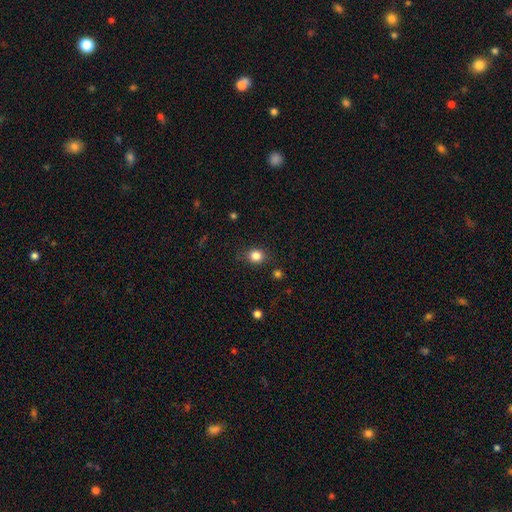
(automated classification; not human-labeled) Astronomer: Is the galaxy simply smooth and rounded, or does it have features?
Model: smooth — 83%.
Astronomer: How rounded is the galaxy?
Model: round — 75%.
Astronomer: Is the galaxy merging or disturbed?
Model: none — 83%.